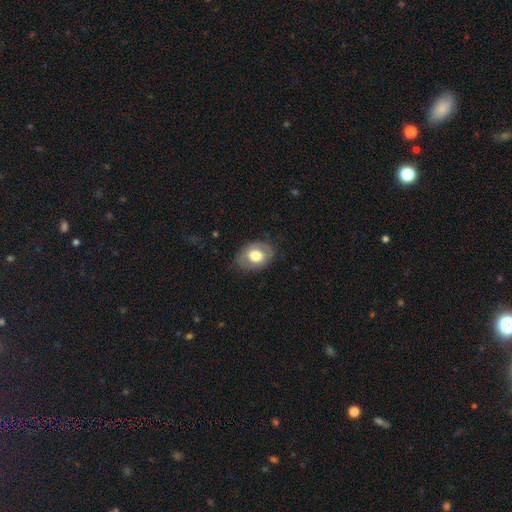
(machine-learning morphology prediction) Q: Smooth or featured?
A: smooth (64%); runner-up: featured or disk (29%)
Q: How rounded?
A: in between (77%); runner-up: round (22%)
Q: Merging?
A: none (78%); runner-up: minor disturbance (16%)